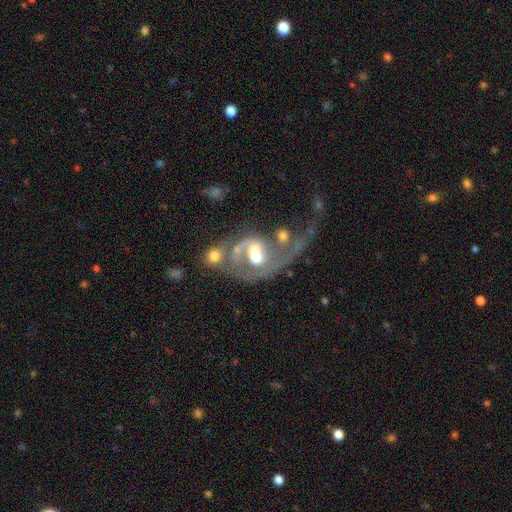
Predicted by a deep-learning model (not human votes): Smooth or featured?
  - featured or disk: 70% *
  - smooth: 21%
  - star or artifact: 9%
Edge-on disk?
  - no: 97% *
  - yes: 3%
Bar?
  - no: 62% *
  - weak: 27%
  - strong: 11%
Spiral arms?
  - yes: 67% *
  - no: 33%
Bulge size?
  - moderate: 57% *
  - large: 23%
  - small: 11%
  - none: 5%
  - dominant: 3%
Merging?
  - merger: 56% *
  - major disturbance: 25%
  - none: 12%
  - minor disturbance: 7%